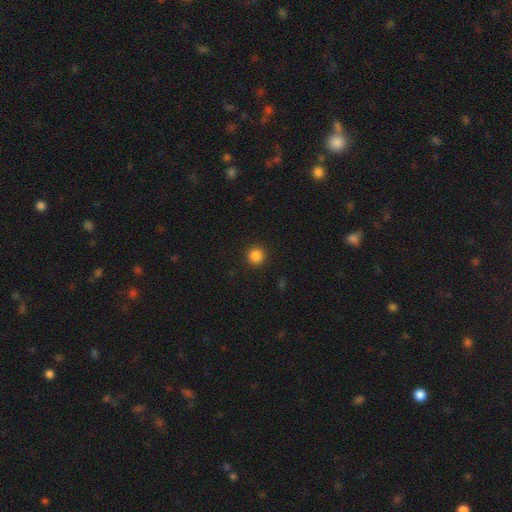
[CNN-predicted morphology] This appears to be a smooth galaxy with no disk features (85%) that is round (95%). Merging: none (92%).